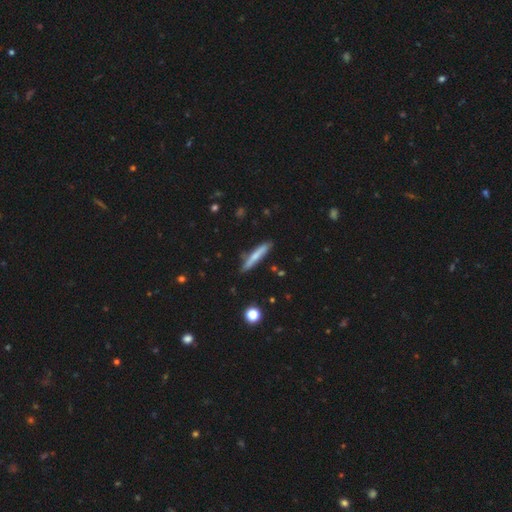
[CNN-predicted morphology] smooth-or-featured: smooth: 65% | featured or disk: 29% | star or artifact: 6%
  how-rounded: cigar-shaped: 92% | in between: 6% | round: 2%
  merging: none: 83% | minor disturbance: 12% | merger: 3% | major disturbance: 2%